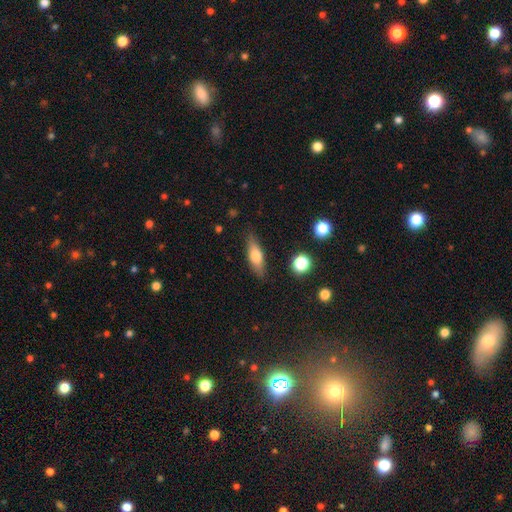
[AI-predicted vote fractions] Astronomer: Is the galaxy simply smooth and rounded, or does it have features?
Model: smooth — 63%.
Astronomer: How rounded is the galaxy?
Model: in between — 55% (runner-up: cigar-shaped, 40%).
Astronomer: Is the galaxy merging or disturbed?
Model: none — 82%.